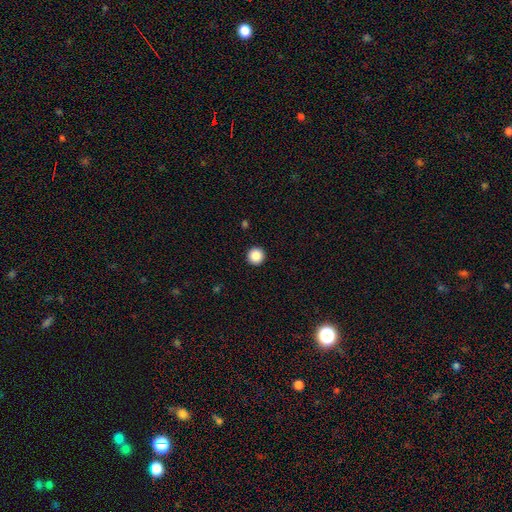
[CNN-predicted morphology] smooth 88%, star or artifact 10%, featured or disk 3%. Down the decision tree: how rounded — round (96%); merging — none (94%).